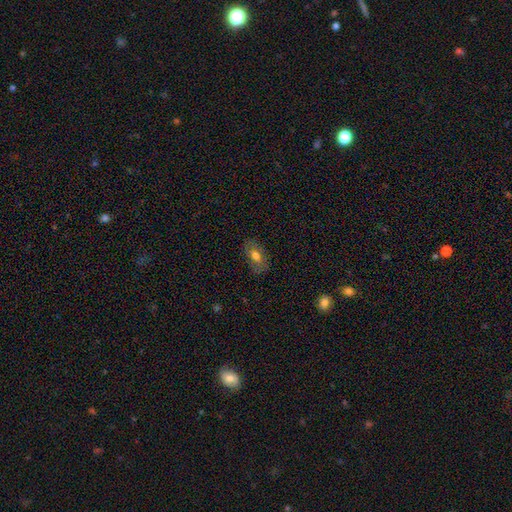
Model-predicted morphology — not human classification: Q: Smooth or featured?
A: smooth (67%); runner-up: featured or disk (24%)
Q: How rounded?
A: in between (89%); runner-up: round (7%)
Q: Merging?
A: none (80%); runner-up: minor disturbance (15%)